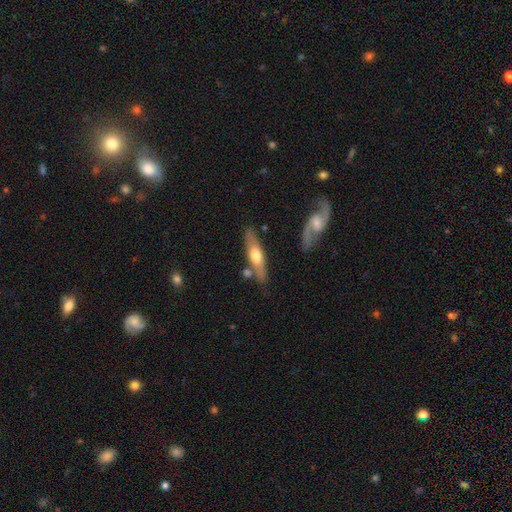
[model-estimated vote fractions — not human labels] Smooth or featured?
  - featured or disk: 49% *
  - smooth: 46%
  - star or artifact: 5%
Merging?
  - none: 74% *
  - minor disturbance: 14%
  - merger: 9%
  - major disturbance: 3%